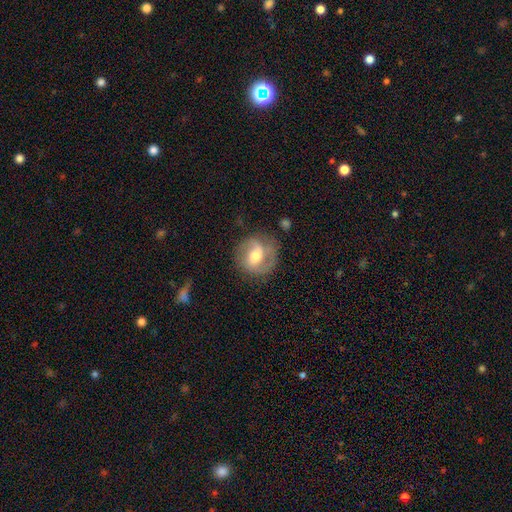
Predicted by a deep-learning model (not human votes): Morphology: type=featured or disk (70%); edge-on=no (97%); bar=weak (47%); spiral arms=yes (85%); winding=medium (49%); arm count=2 (83%); bulge=moderate (70%); merging=none (75%).